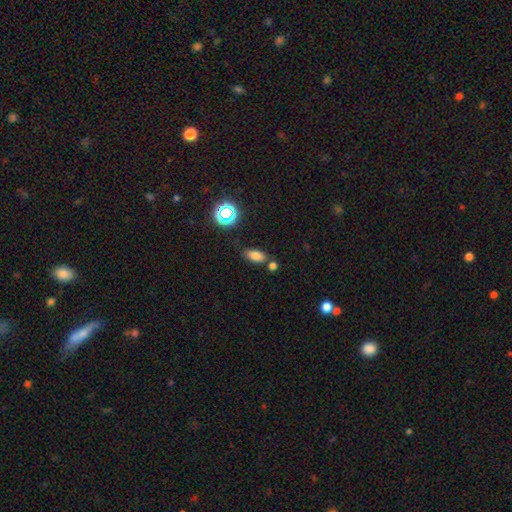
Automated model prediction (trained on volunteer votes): Smooth or featured?
  - smooth: 75% *
  - star or artifact: 16%
  - featured or disk: 9%
How rounded?
  - in between: 84% *
  - cigar-shaped: 9%
  - round: 7%
Merging?
  - none: 69% *
  - minor disturbance: 14%
  - merger: 13%
  - major disturbance: 4%